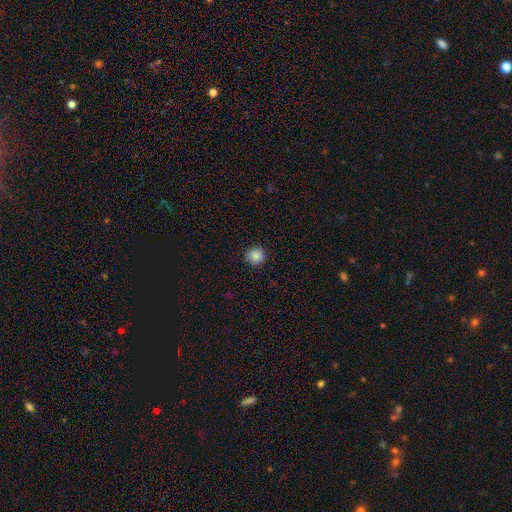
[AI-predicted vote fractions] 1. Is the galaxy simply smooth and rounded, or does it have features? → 86% smooth, 10% star or artifact, 4% featured or disk.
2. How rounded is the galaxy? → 95% round, 5% in between, 1% cigar-shaped.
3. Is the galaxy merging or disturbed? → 92% none, 5% minor disturbance, 2% major disturbance, 1% merger.